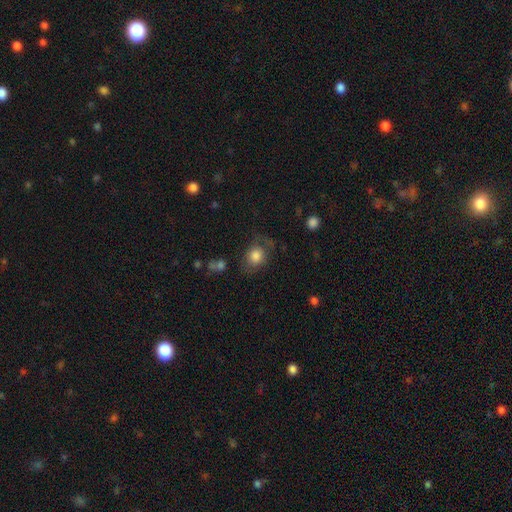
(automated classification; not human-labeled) Smooth or featured? Predicted: smooth (p=0.77). How rounded? Predicted: round (p=0.55). Merging? Predicted: none (p=0.57).